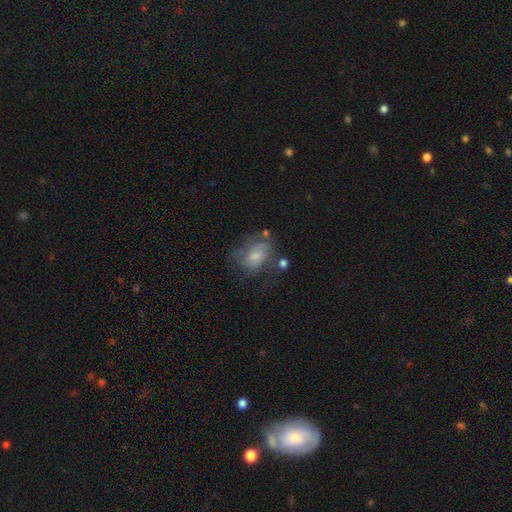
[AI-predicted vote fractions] Smooth or featured? Predicted: smooth (p=0.53). How rounded? Predicted: in between (p=0.72). Merging? Predicted: none (p=0.39).